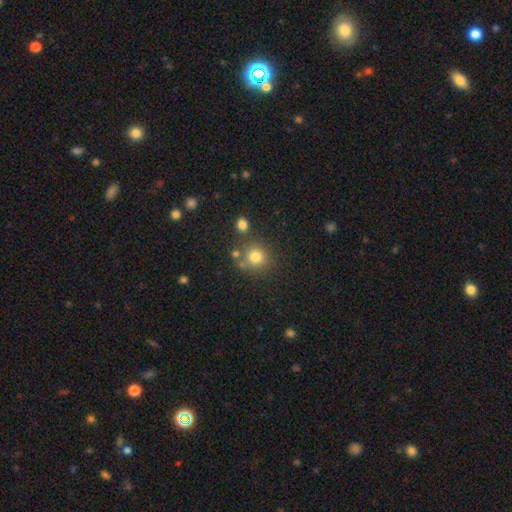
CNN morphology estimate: A smooth galaxy with no disk features (78%) that is round (89%).

Vote fractions:
- Smooth or featured? smooth: 78% / star or artifact: 14% / featured or disk: 8%
- How rounded? round: 89% / in between: 10% / cigar-shaped: 1%
- Merging? none: 72% / merger: 13% / minor disturbance: 11% / major disturbance: 4%